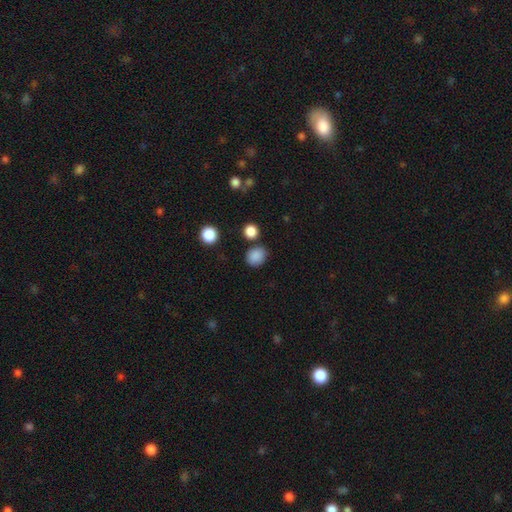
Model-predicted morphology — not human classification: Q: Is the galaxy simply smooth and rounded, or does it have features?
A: smooth — 85%.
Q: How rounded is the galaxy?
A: round — 73%.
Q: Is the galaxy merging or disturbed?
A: none — 80%.